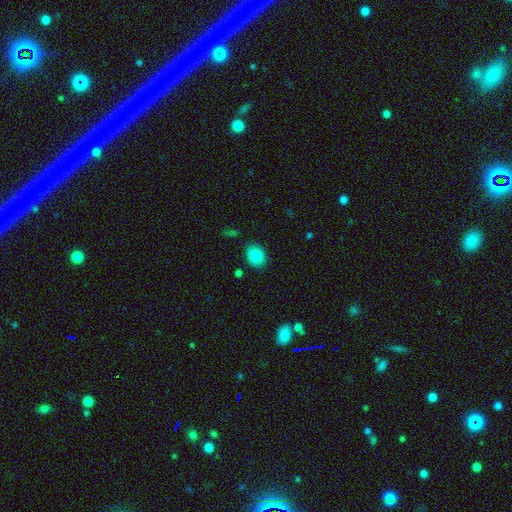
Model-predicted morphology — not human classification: This appears to be a smooth galaxy with no disk features (82%) that is in between round and cigar-shaped (51%). Merging: none (87%).